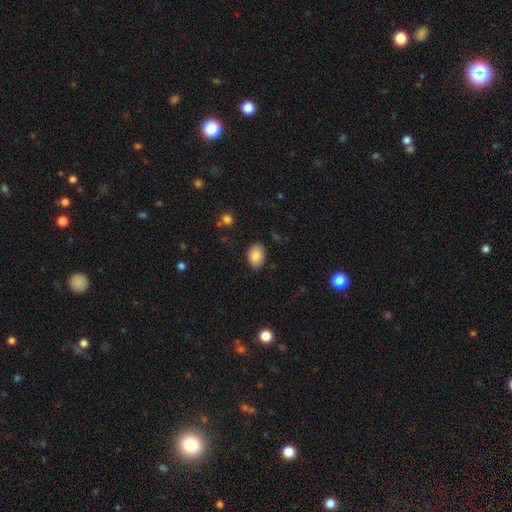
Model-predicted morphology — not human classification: smooth-or-featured: smooth: 86% | star or artifact: 8% | featured or disk: 6%
  how-rounded: in between: 81% | round: 18% | cigar-shaped: 1%
  merging: none: 85% | minor disturbance: 11% | major disturbance: 2% | merger: 1%